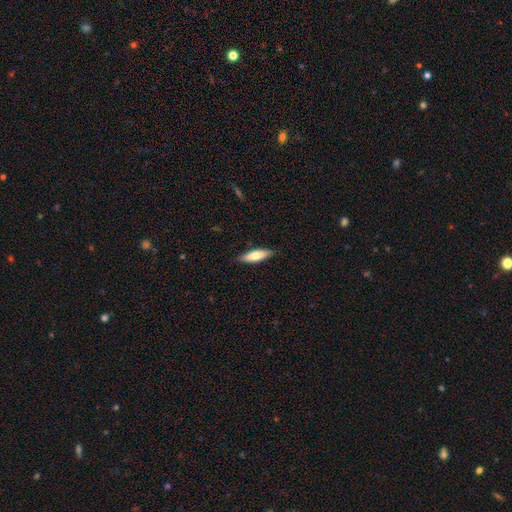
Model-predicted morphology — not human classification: The model was most divided on "how rounded": cigar-shaped: 56%, in between: 42%, round: 2%. More confident: merging — none (87%); smooth or featured — smooth (68%).